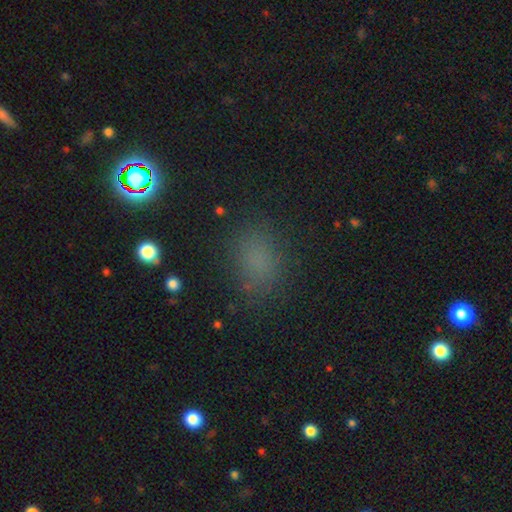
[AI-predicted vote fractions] Q: Smooth or featured?
A: smooth (69%); runner-up: star or artifact (24%)
Q: How rounded?
A: in between (63%); runner-up: round (35%)
Q: Merging?
A: none (78%); runner-up: minor disturbance (14%)